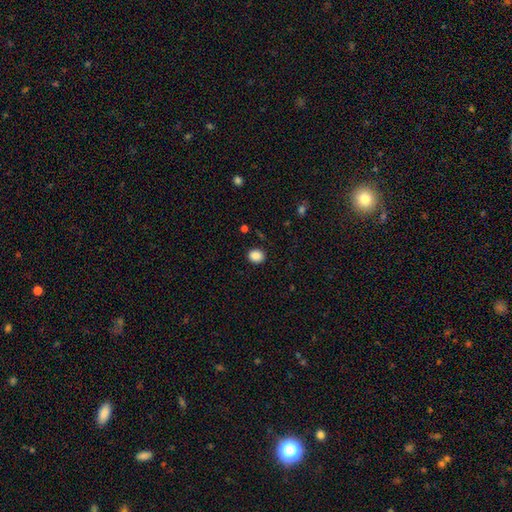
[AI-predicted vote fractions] smooth_or_featured: smooth (p=0.88) [alt: star or artifact p=0.09]
how_rounded: round (p=0.65) [alt: in between p=0.35]
merging: none (p=0.89) [alt: minor disturbance p=0.07]